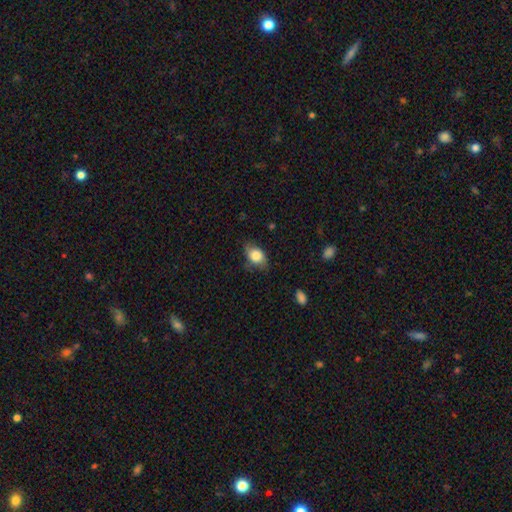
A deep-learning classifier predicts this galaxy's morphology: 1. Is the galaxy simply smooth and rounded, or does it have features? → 78% smooth, 14% featured or disk, 8% star or artifact.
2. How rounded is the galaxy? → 79% in between, 19% round, 2% cigar-shaped.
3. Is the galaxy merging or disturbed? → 67% none, 25% minor disturbance, 7% major disturbance, 1% merger.